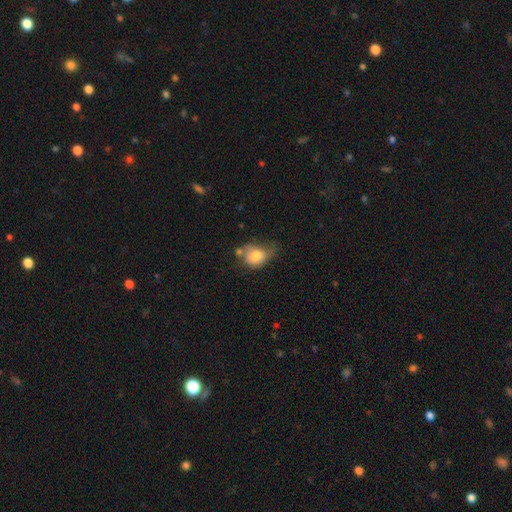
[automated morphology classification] Smooth or featured: smooth — 74% (featured or disk — 17%)
How rounded: in between — 53% (round — 46%)
Merging: minor disturbance — 35% (none — 25%)